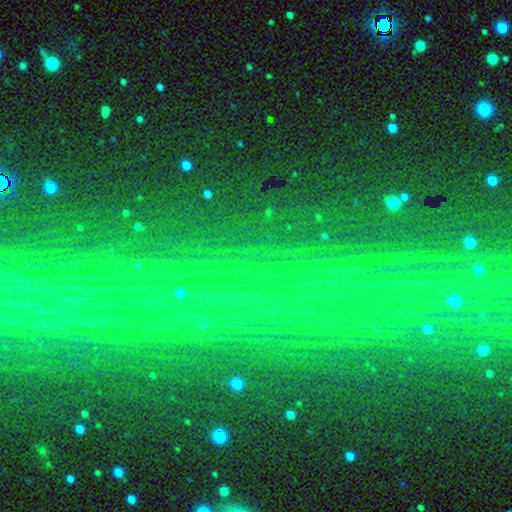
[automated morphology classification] Smooth or featured? star or artifact (86%)